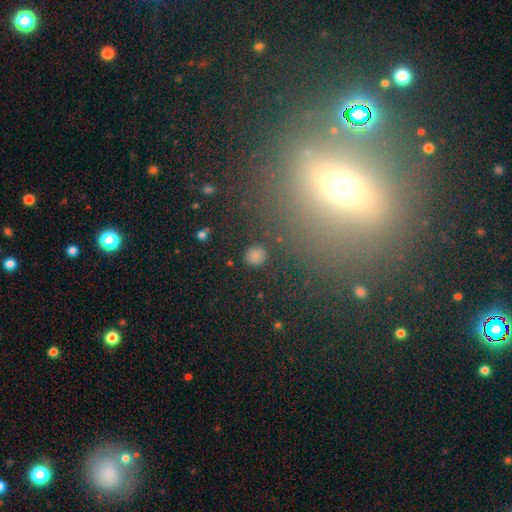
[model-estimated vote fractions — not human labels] Morphology: type=smooth (78%); roundness=round (88%); merging=none (86%).